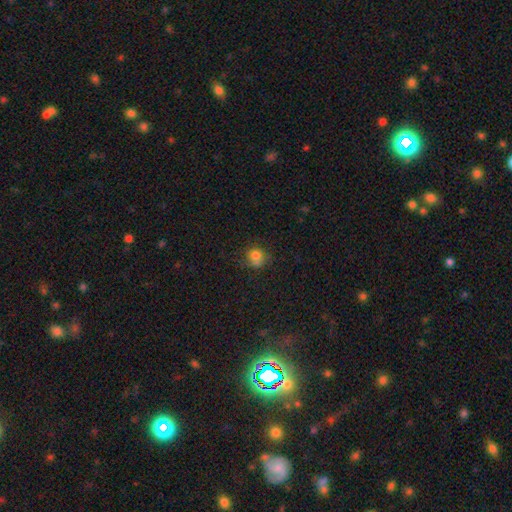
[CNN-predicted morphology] A smooth galaxy with no disk features (77%) that is round (80%).

Vote fractions:
- Smooth or featured? smooth: 77% / star or artifact: 13% / featured or disk: 10%
- How rounded? round: 80% / in between: 20% / cigar-shaped: 1%
- Merging? none: 58% / minor disturbance: 22% / merger: 11% / major disturbance: 9%